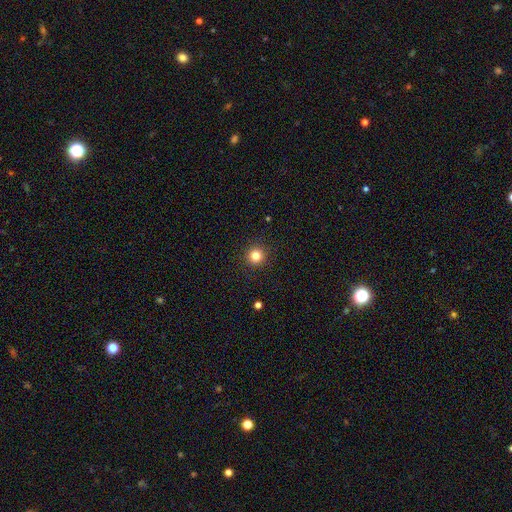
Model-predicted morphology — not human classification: smooth-or-featured: smooth: 82% | star or artifact: 13% | featured or disk: 5%
  how-rounded: round: 95% | in between: 4% | cigar-shaped: 1%
  merging: none: 93% | minor disturbance: 5% | major disturbance: 2% | merger: 1%